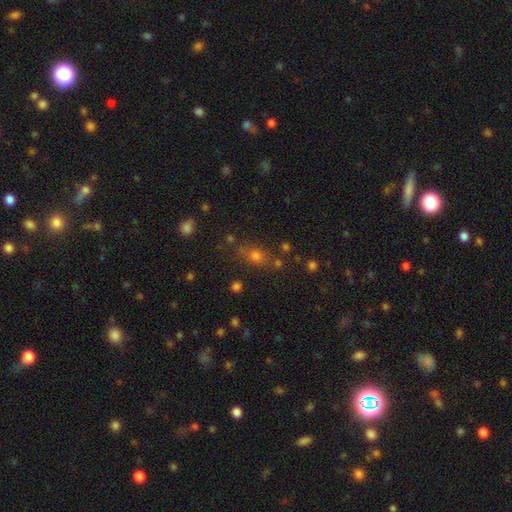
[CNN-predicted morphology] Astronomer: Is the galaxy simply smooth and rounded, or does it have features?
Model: smooth — 63%.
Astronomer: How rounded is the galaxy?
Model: round — 47% (runner-up: in between, 46%).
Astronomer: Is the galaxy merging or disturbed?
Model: none — 71%.